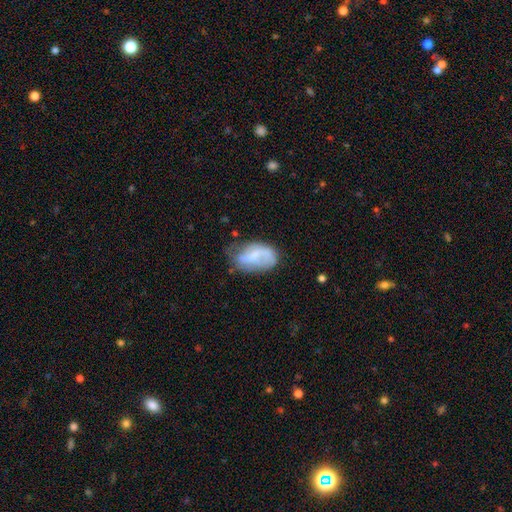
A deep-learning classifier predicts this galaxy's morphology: Smooth or featured: featured or disk — 47% (smooth — 45%)
Merging: none — 44% (minor disturbance — 33%)